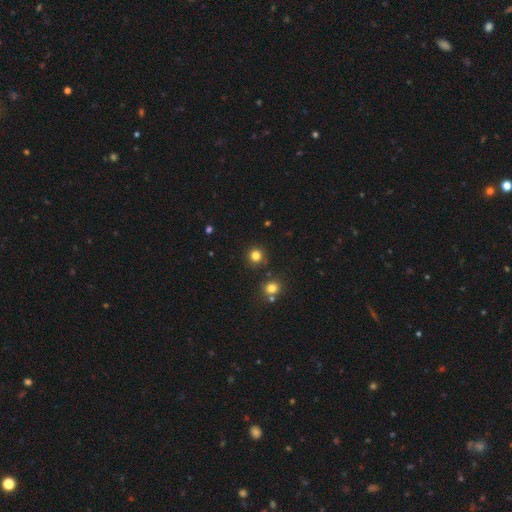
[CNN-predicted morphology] smooth-or-featured: smooth: 80% | star or artifact: 15% | featured or disk: 5%
  how-rounded: round: 94% | in between: 5% | cigar-shaped: 1%
  merging: none: 87% | minor disturbance: 7% | merger: 4% | major disturbance: 2%